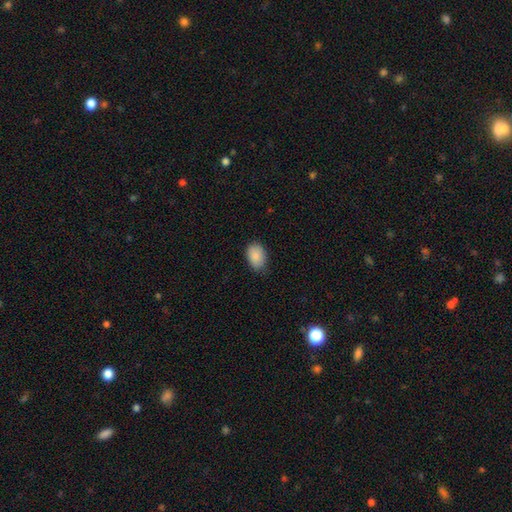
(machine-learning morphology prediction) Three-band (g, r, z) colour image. It shows a smooth galaxy with no disk features (89%) that is in between round and cigar-shaped (83%). Merging: none (78%).